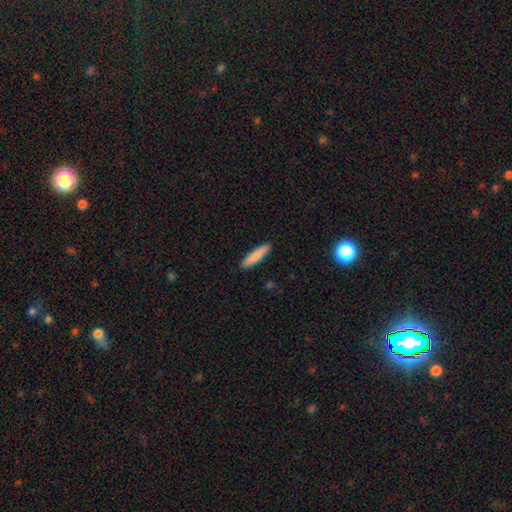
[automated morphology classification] smooth_or_featured: smooth (p=0.85) [alt: featured or disk p=0.09]
how_rounded: cigar-shaped (p=0.84) [alt: in between p=0.14]
merging: none (p=0.91) [alt: minor disturbance p=0.06]